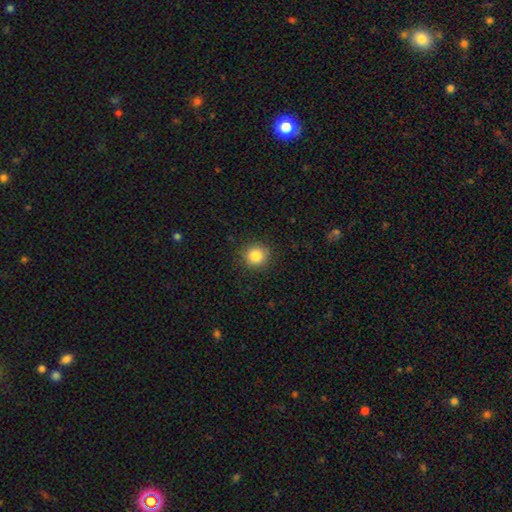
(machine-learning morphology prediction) type=smooth (84%); roundness=round (92%); merging=none (90%).